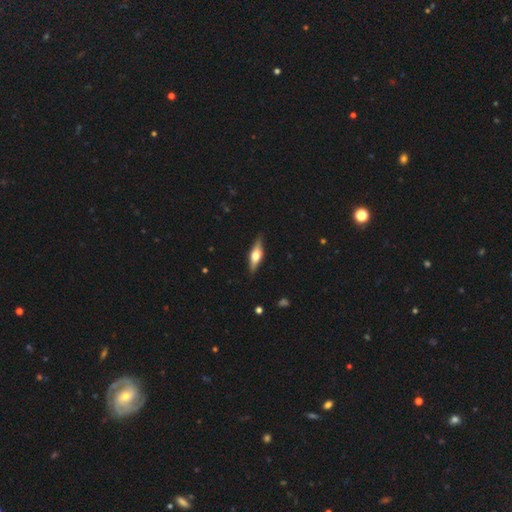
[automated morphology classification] A featured or disk galaxy (54%) viewed edge-on (92%). Merging: none (88%).